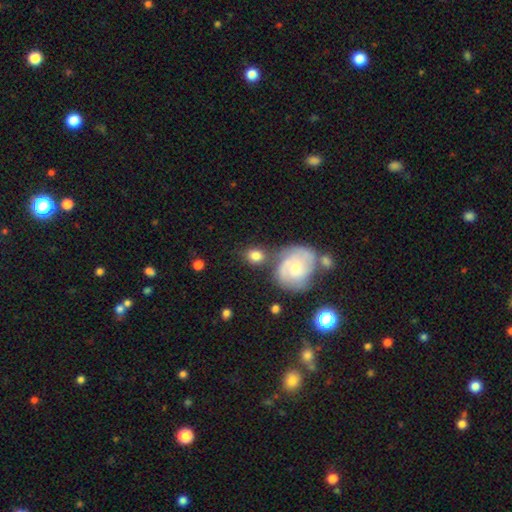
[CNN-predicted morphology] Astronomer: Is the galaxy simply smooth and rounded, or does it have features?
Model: smooth — 67%.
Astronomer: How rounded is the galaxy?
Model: round — 62%.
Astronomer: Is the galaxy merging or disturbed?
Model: none — 63%.